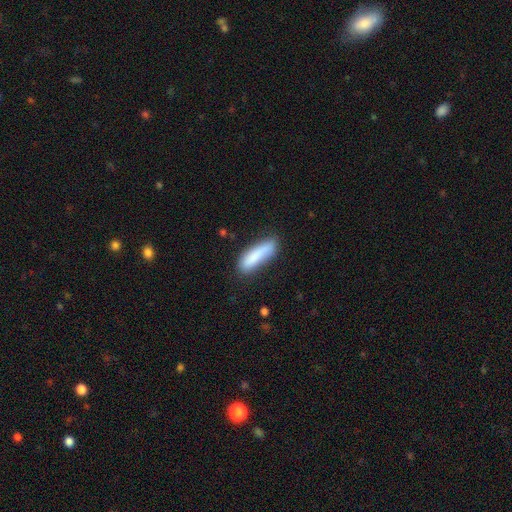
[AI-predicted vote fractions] smooth 83%, featured or disk 11%, star or artifact 6%. Down the decision tree: how rounded — cigar-shaped (60%); merging — none (70%).